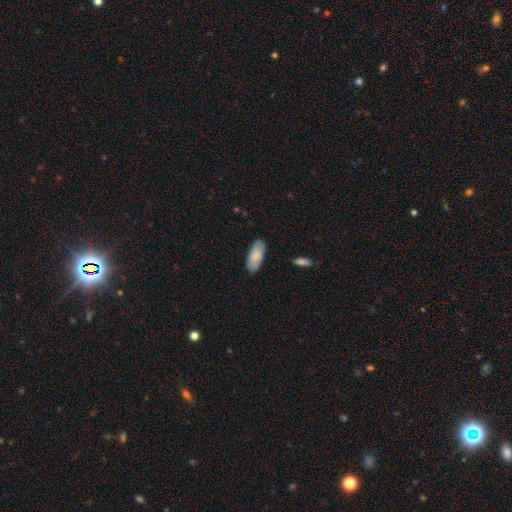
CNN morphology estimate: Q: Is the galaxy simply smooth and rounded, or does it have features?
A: smooth — 83%.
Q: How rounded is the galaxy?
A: in between — 88%.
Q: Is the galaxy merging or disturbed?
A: none — 83%.